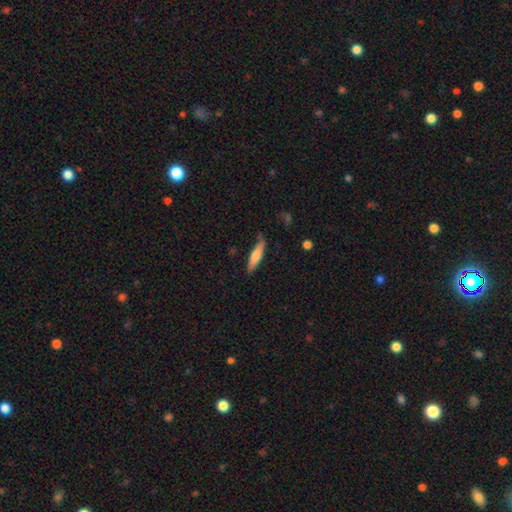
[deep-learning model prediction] Overall: smooth (69%). How rounded: cigar-shaped (77%). Merging: none (76%).